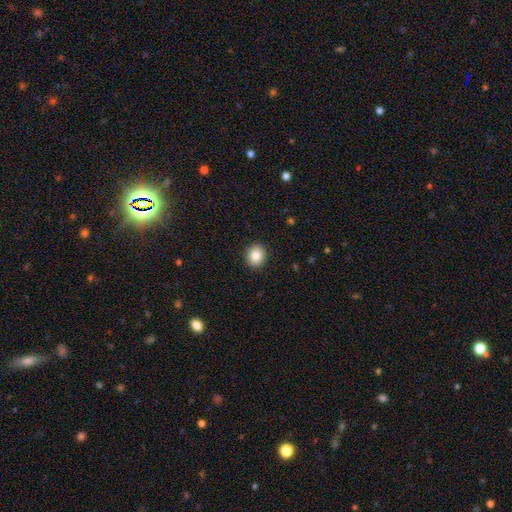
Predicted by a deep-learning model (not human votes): smooth_or_featured: smooth (p=0.85) [alt: star or artifact p=0.09]
how_rounded: round (p=0.77) [alt: in between p=0.22]
merging: none (p=0.92) [alt: minor disturbance p=0.06]